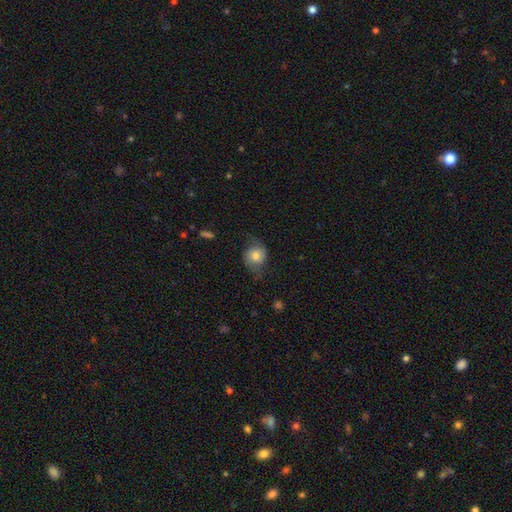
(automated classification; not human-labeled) smooth-or-featured: smooth: 65% | featured or disk: 27% | star or artifact: 9%
  how-rounded: round: 72% | in between: 27% | cigar-shaped: 1%
  merging: none: 58% | minor disturbance: 28% | major disturbance: 12% | merger: 2%